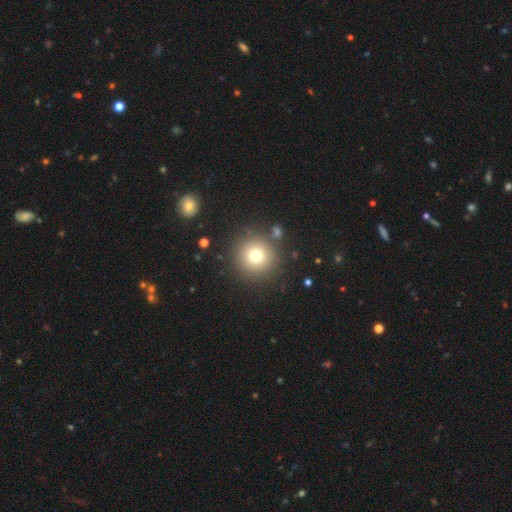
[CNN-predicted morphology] Smooth or featured?
  - smooth: 75% *
  - star or artifact: 15%
  - featured or disk: 11%
How rounded?
  - round: 96% *
  - in between: 4%
  - cigar-shaped: 1%
Merging?
  - none: 87% *
  - minor disturbance: 7%
  - merger: 4%
  - major disturbance: 3%